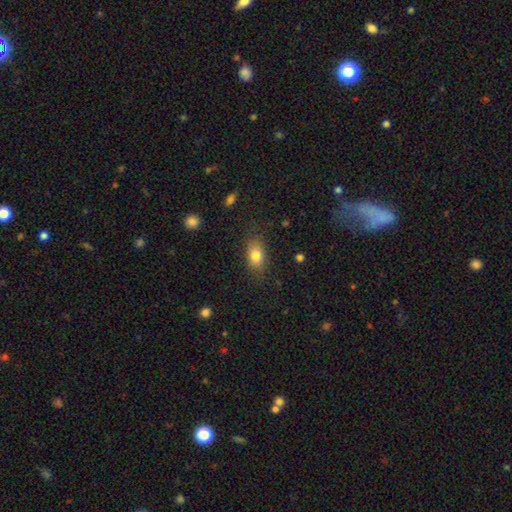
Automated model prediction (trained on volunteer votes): Smooth or featured: smooth — 81% (featured or disk — 10%)
How rounded: in between — 85% (round — 11%)
Merging: none — 80% (minor disturbance — 14%)